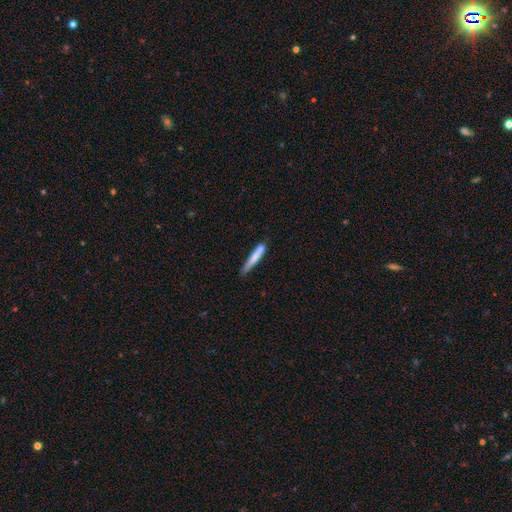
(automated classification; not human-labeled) smooth-or-featured: smooth: 69% | featured or disk: 25% | star or artifact: 6%
  how-rounded: cigar-shaped: 94% | in between: 5% | round: 1%
  merging: none: 68% | minor disturbance: 20% | merger: 7% | major disturbance: 4%